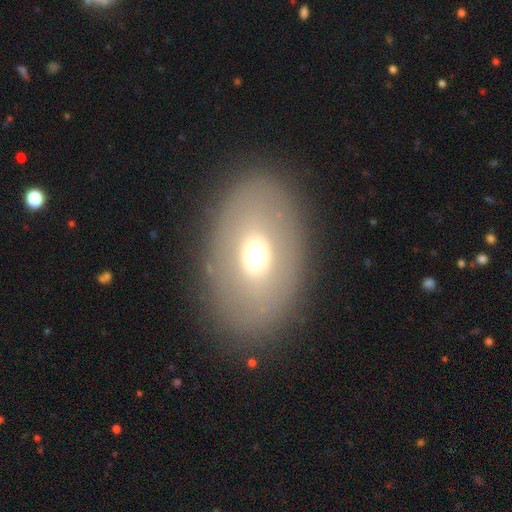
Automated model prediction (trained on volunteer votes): Smooth or featured?
  - smooth: 56% *
  - featured or disk: 33%
  - star or artifact: 11%
How rounded?
  - in between: 80% *
  - round: 19%
  - cigar-shaped: 1%
Merging?
  - none: 83% *
  - minor disturbance: 9%
  - major disturbance: 6%
  - merger: 2%